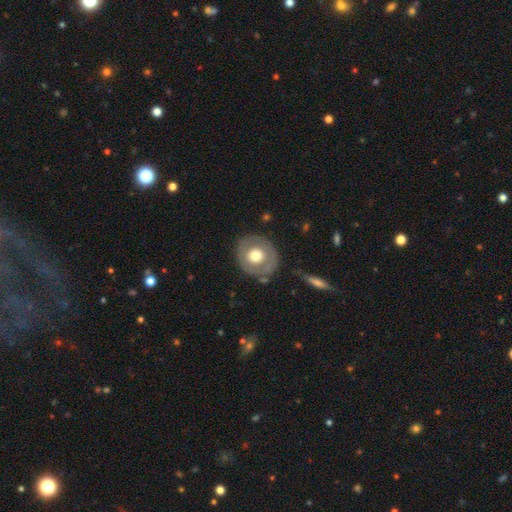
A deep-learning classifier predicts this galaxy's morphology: Smooth or featured? Predicted: smooth (p=0.54). How rounded? Predicted: round (p=0.78). Merging? Predicted: none (p=0.79).